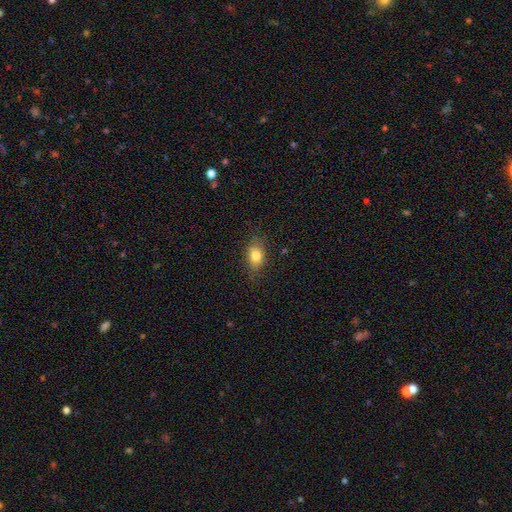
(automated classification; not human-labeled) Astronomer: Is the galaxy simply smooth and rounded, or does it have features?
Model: smooth — 78%.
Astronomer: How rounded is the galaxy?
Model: in between — 76%.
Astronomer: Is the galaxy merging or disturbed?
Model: none — 78%.